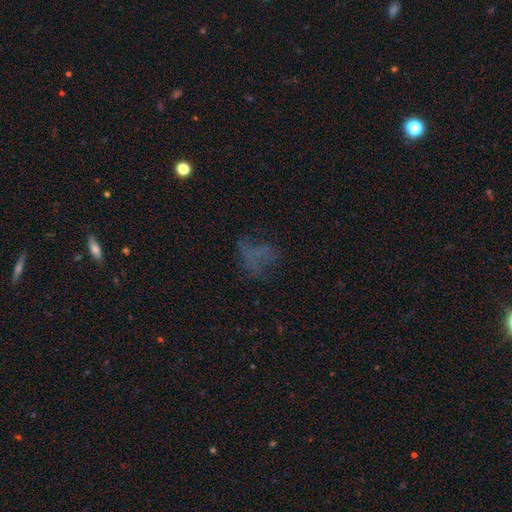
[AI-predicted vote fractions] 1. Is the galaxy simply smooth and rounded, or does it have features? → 35% smooth, 33% featured or disk, 32% star or artifact.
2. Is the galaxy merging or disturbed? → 49% none, 30% major disturbance, 17% minor disturbance, 4% merger.